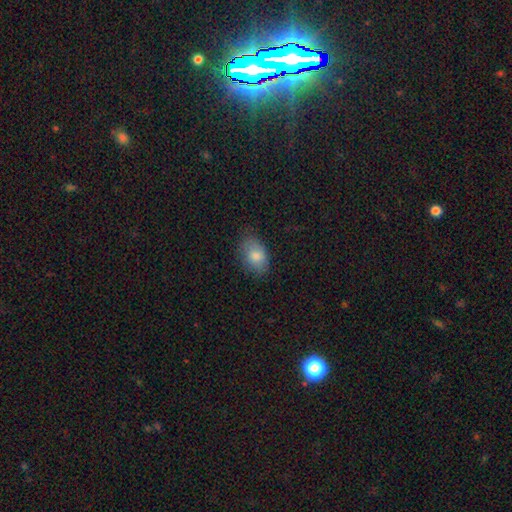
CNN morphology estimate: smooth-or-featured: smooth: 81% | featured or disk: 11% | star or artifact: 8%
  how-rounded: in between: 87% | round: 12% | cigar-shaped: 1%
  merging: none: 79% | minor disturbance: 17% | major disturbance: 3% | merger: 1%